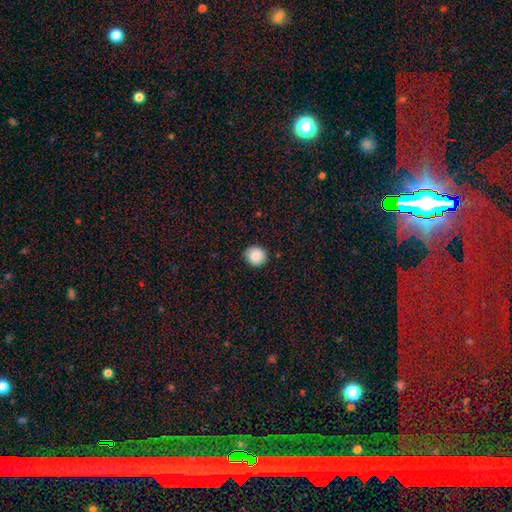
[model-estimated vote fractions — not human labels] Smooth or featured: smooth — 88% (star or artifact — 9%)
How rounded: round — 83% (in between — 16%)
Merging: none — 88% (minor disturbance — 9%)